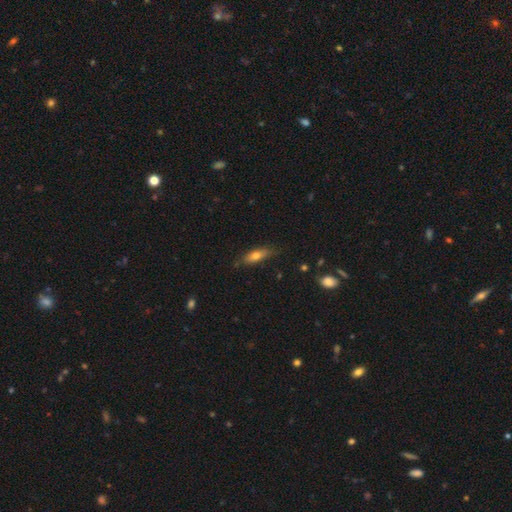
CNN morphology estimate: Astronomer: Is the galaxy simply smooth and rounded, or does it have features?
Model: smooth — 67%.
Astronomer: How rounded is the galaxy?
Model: in between — 52% (runner-up: cigar-shaped, 45%).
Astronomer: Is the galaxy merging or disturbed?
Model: none — 74%.